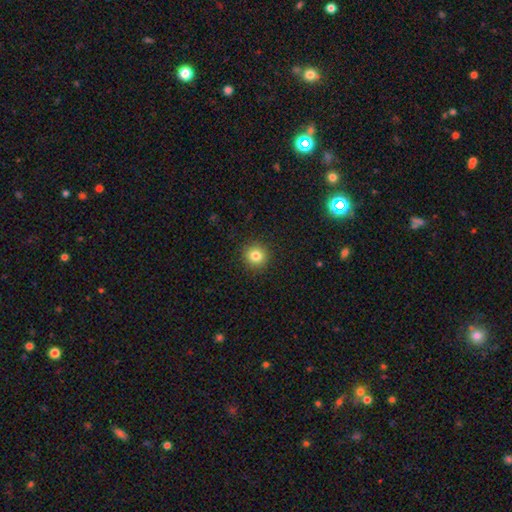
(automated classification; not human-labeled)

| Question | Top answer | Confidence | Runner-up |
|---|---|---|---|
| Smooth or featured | smooth | 82% | star or artifact (12%) |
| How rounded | round | 92% | in between (7%) |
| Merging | none | 92% | minor disturbance (5%) |